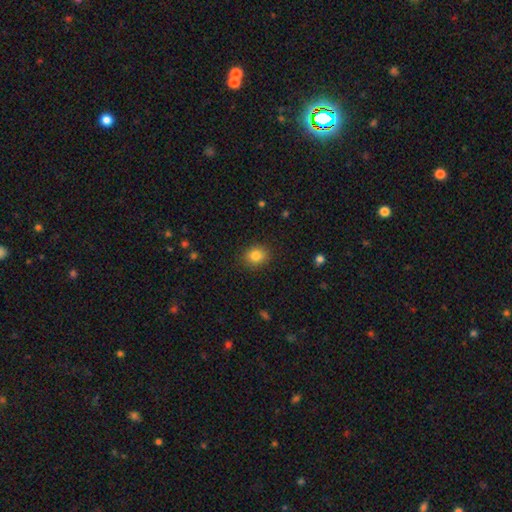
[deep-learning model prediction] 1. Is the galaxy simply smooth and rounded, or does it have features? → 83% smooth, 10% star or artifact, 6% featured or disk.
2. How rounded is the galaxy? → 69% round, 30% in between, 1% cigar-shaped.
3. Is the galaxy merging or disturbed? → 88% none, 8% minor disturbance, 2% major disturbance, 1% merger.